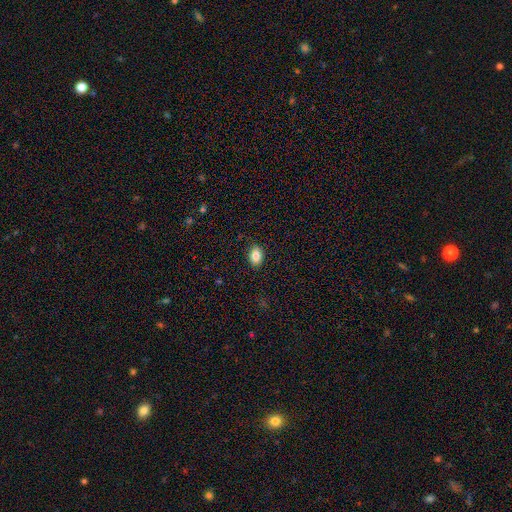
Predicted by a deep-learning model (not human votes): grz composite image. It shows a smooth galaxy with no disk features (86%) that is in between round and cigar-shaped (81%). Merging: none (87%).